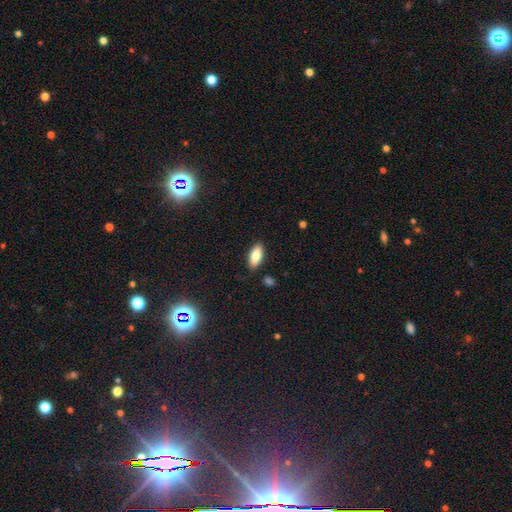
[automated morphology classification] Smooth or featured: smooth — 80% (featured or disk — 13%)
How rounded: in between — 85% (cigar-shaped — 13%)
Merging: none — 86% (minor disturbance — 10%)